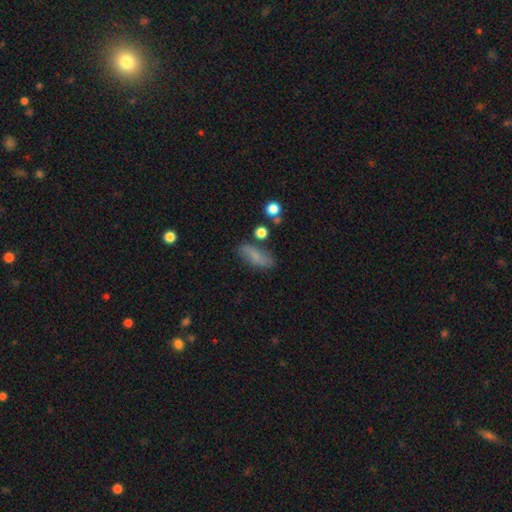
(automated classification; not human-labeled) The model was most divided on "how rounded": in between: 69%, cigar-shaped: 26%, round: 5%. More confident: smooth or featured — smooth (70%); merging — none (67%).